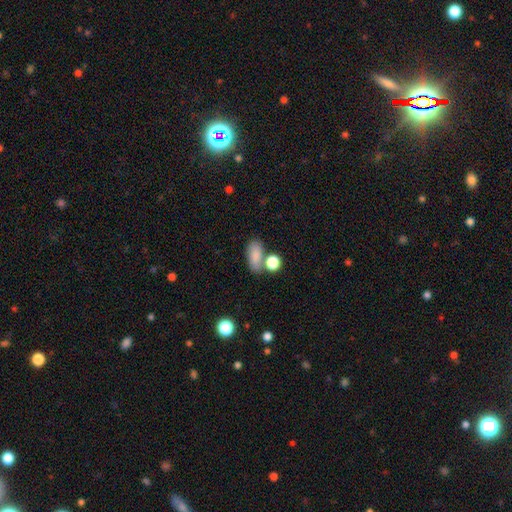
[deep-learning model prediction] A smooth galaxy with no disk features (83%) that is in between round and cigar-shaped (84%). Merging: none (54%).